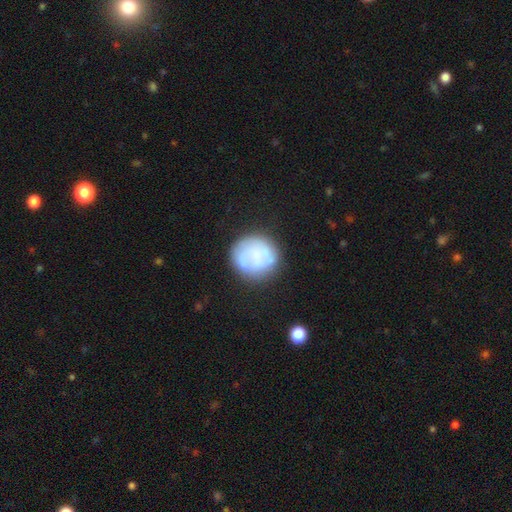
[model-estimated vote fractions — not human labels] Smooth or featured?
  - smooth: 59% *
  - featured or disk: 33%
  - star or artifact: 8%
How rounded?
  - round: 89% *
  - in between: 10%
  - cigar-shaped: 1%
Merging?
  - none: 73% *
  - minor disturbance: 16%
  - major disturbance: 8%
  - merger: 3%